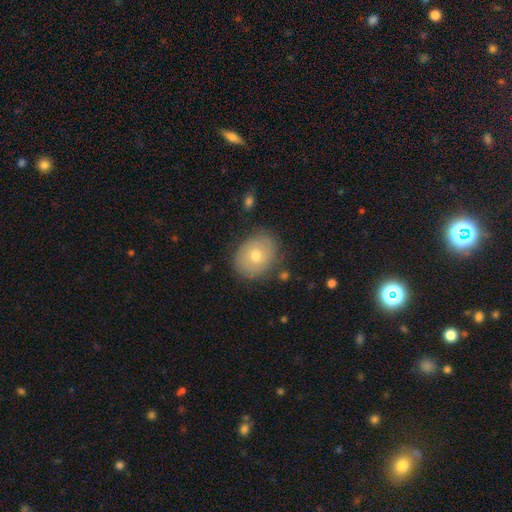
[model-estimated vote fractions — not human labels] smooth_or_featured: smooth (p=0.57) [alt: featured or disk p=0.34]
how_rounded: round (p=0.53) [alt: in between p=0.47]
merging: none (p=0.78) [alt: minor disturbance p=0.16]